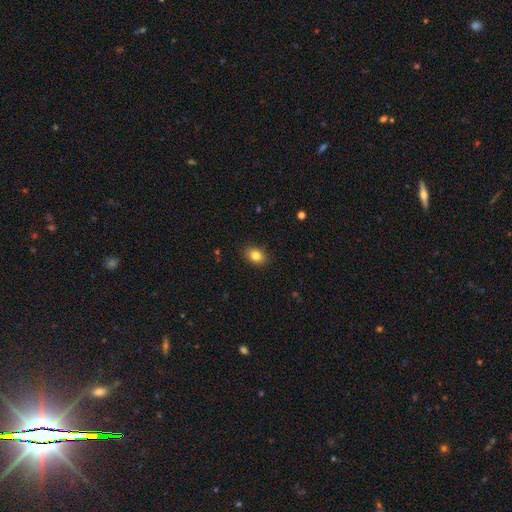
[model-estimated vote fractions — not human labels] smooth_or_featured: smooth (p=0.83) [alt: star or artifact p=0.10]
how_rounded: in between (p=0.69) [alt: round p=0.30]
merging: none (p=0.87) [alt: minor disturbance p=0.10]